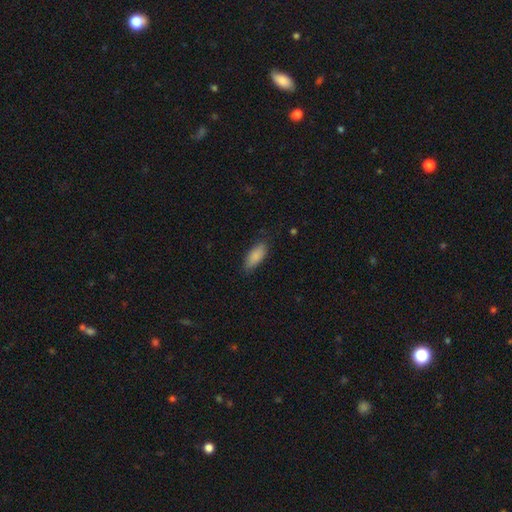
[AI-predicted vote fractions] Smooth or featured? Predicted: smooth (p=0.87). How rounded? Predicted: in between (p=0.83). Merging? Predicted: none (p=0.77).